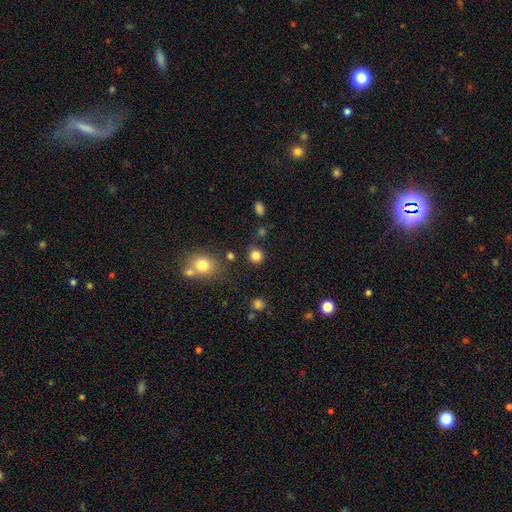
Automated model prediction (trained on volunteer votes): Morphology: type=smooth (83%); roundness=round (90%); merging=none (83%).